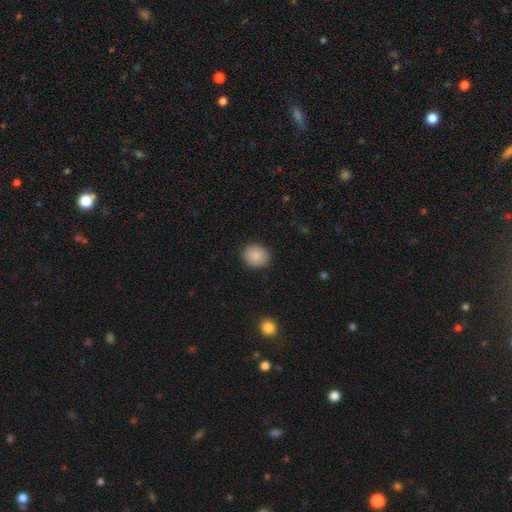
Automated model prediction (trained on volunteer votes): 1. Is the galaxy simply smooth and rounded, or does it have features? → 87% smooth, 8% star or artifact, 5% featured or disk.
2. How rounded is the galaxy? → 73% round, 26% in between, 1% cigar-shaped.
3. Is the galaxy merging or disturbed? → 89% none, 8% minor disturbance, 2% major disturbance, 1% merger.